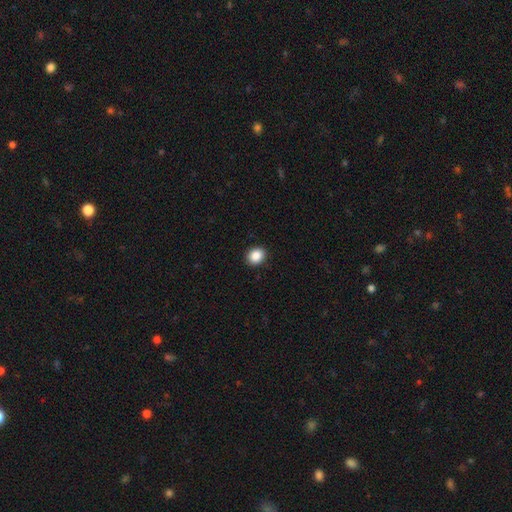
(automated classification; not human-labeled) Smooth or featured? Predicted: smooth (p=0.88). How rounded? Predicted: round (p=0.64). Merging? Predicted: none (p=0.92).